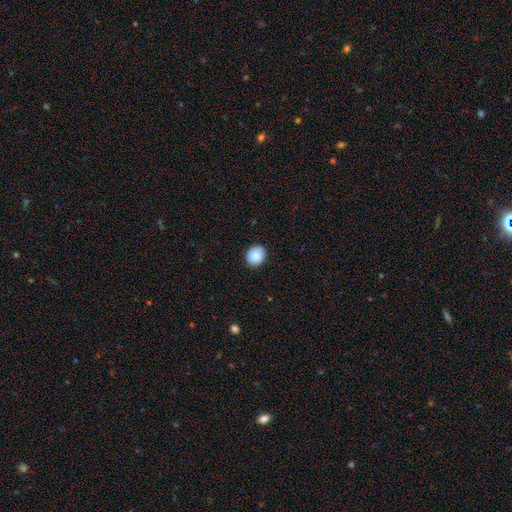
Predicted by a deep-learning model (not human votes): Smooth or featured? smooth (84%)
How rounded? round (70%)
Merging? none (89%)